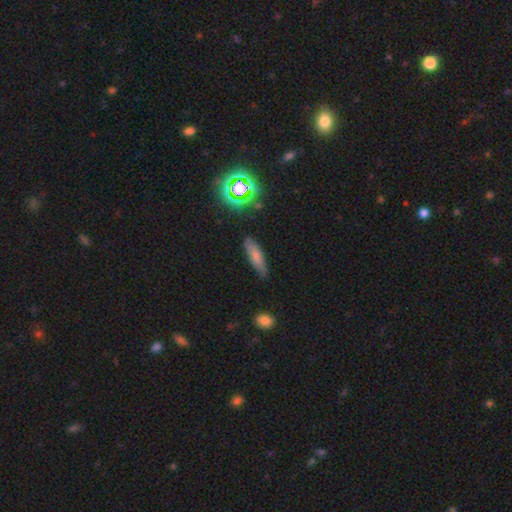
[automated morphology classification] This appears to be a smooth galaxy with no disk features (69%) that is cigar-shaped (54%). Merging: none (75%).